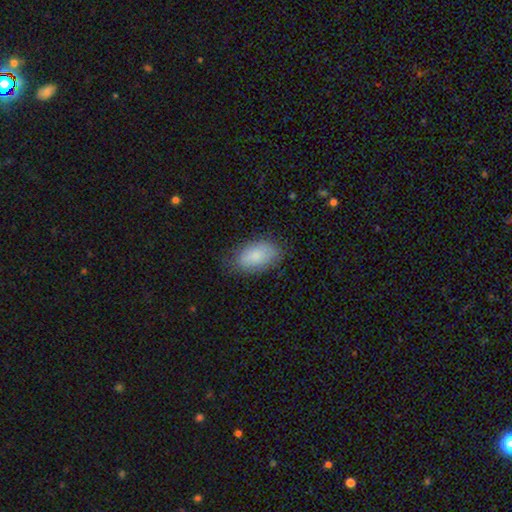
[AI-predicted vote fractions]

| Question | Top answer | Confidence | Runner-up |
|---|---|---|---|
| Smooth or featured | smooth | 84% | featured or disk (10%) |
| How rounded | in between | 93% | round (5%) |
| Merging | none | 75% | minor disturbance (19%) |